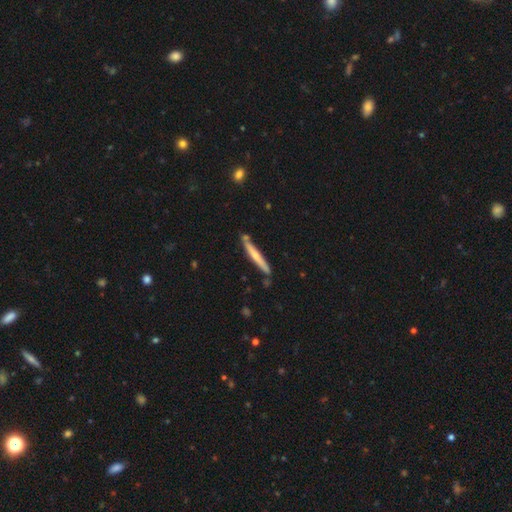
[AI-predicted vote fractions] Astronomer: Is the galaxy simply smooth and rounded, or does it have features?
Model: smooth — 50% (runner-up: featured or disk, 44%).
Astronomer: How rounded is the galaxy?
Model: cigar-shaped — 96%.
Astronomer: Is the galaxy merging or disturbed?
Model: none — 79%.